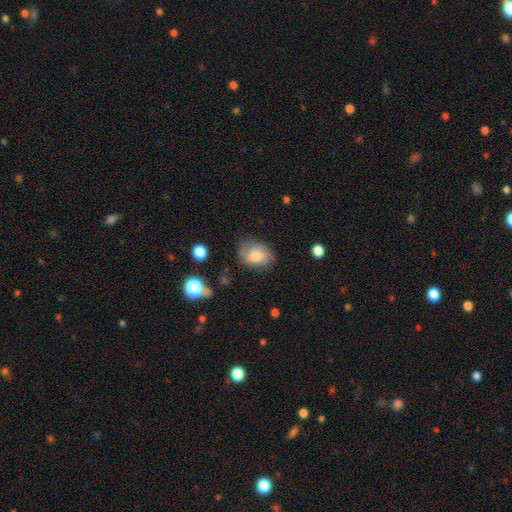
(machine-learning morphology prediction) This appears to be a smooth galaxy with no disk features (68%) that is in between round and cigar-shaped (69%). Merging: none (66%).